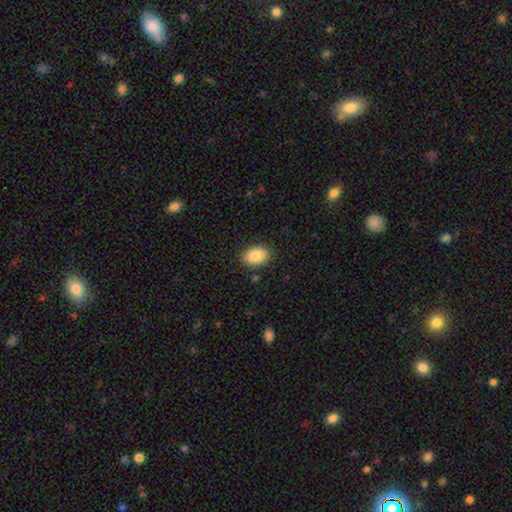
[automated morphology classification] Smooth or featured: smooth — 88% (star or artifact — 7%)
How rounded: in between — 89% (round — 10%)
Merging: none — 87% (minor disturbance — 9%)